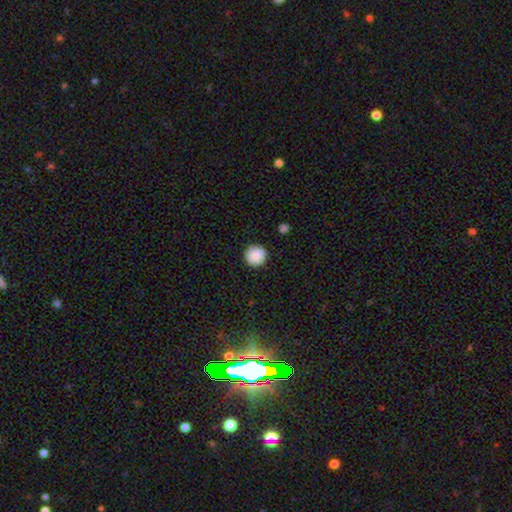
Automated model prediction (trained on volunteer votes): smooth_or_featured: smooth (p=0.88) [alt: star or artifact p=0.08]
how_rounded: round (p=0.95) [alt: in between p=0.04]
merging: none (p=0.89) [alt: minor disturbance p=0.08]